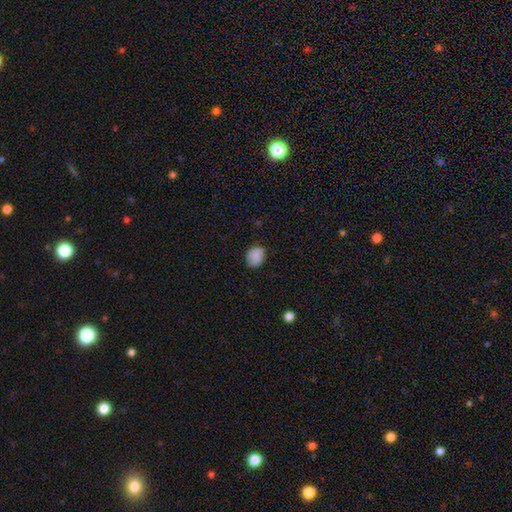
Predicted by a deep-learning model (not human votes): Morphology: type=smooth (84%); roundness=round (52%); merging=none (71%).